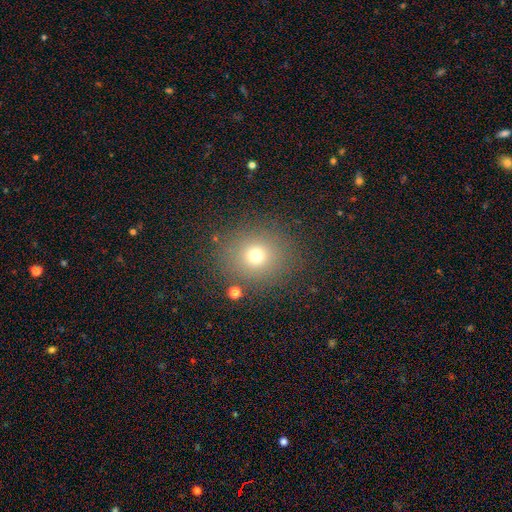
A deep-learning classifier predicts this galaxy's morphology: Overall: smooth (70%). How rounded: round (82%). Merging: none (85%).